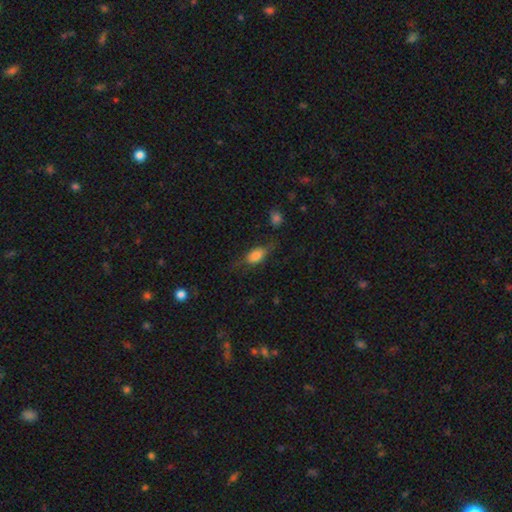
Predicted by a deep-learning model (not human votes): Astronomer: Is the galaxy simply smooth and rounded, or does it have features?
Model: smooth — 74%.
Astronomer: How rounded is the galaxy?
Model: in between — 84%.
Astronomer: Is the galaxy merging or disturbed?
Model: none — 53%.